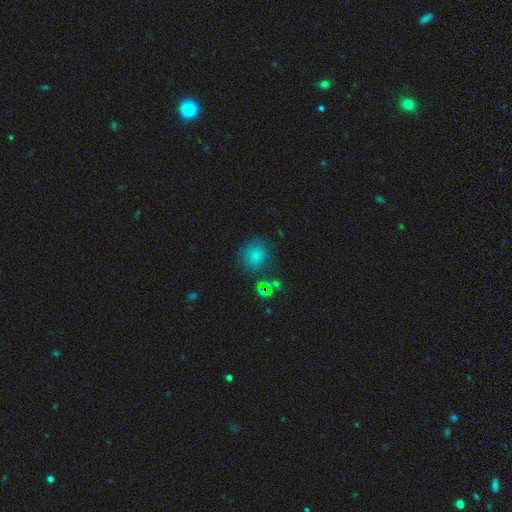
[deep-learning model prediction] The model was most divided on "merging": none: 70%, minor disturbance: 17%, major disturbance: 7%, merger: 6%. More confident: how rounded — round (84%); smooth or featured — smooth (77%).